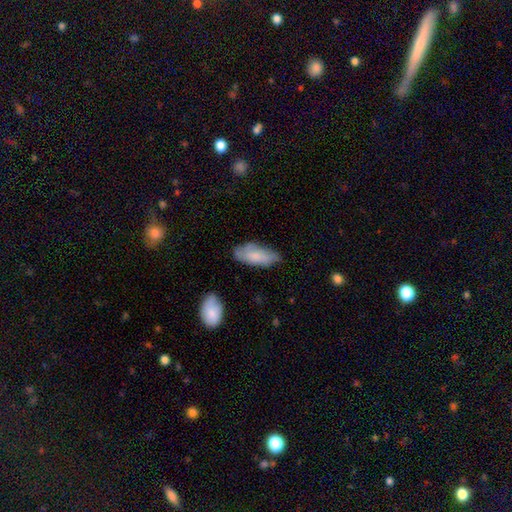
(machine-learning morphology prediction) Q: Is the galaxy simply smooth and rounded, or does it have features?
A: smooth — 74%.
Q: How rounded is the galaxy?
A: in between — 83%.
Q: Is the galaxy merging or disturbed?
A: none — 65%.